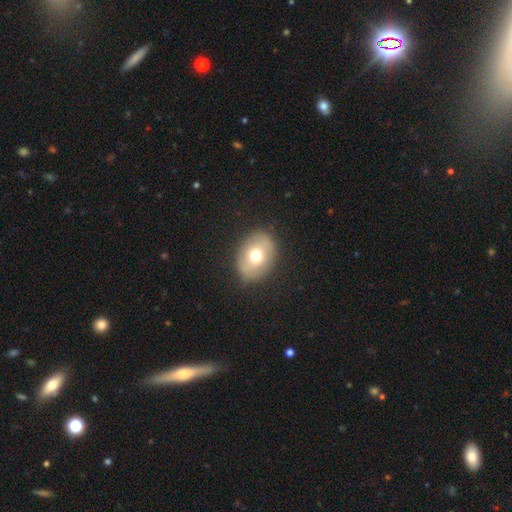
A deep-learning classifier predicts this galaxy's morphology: A smooth galaxy with no disk features (67%) that is in between round and cigar-shaped (69%).

Vote fractions:
- Smooth or featured? smooth: 67% / featured or disk: 25% / star or artifact: 8%
- How rounded? in between: 69% / round: 30% / cigar-shaped: 1%
- Merging? none: 84% / minor disturbance: 11% / major disturbance: 4% / merger: 1%